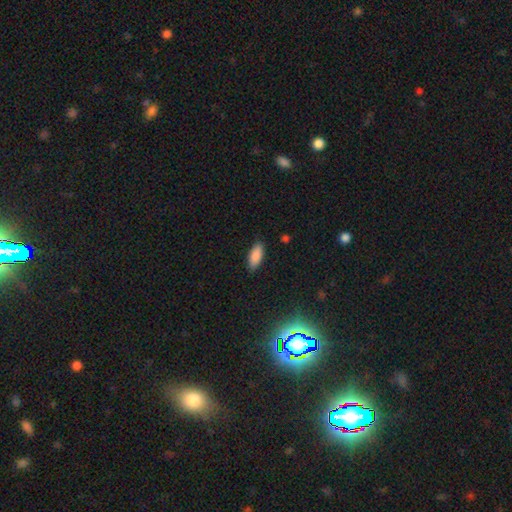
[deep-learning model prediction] smooth_or_featured: smooth (p=0.88) [alt: star or artifact p=0.07]
how_rounded: in between (p=0.82) [alt: cigar-shaped p=0.16]
merging: none (p=0.86) [alt: minor disturbance p=0.10]